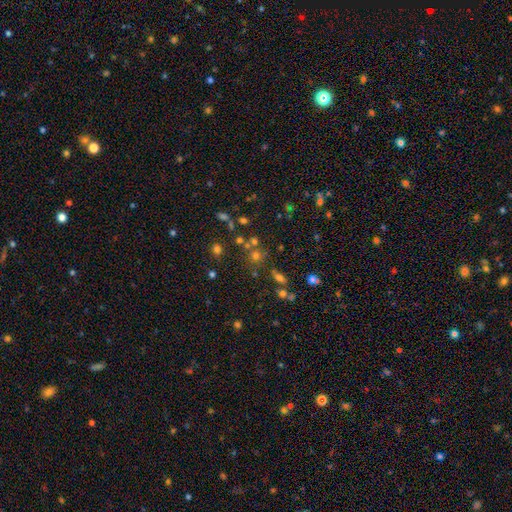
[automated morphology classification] This appears to be a smooth galaxy with no disk features (55%) that is round (86%). Merging: none (66%).